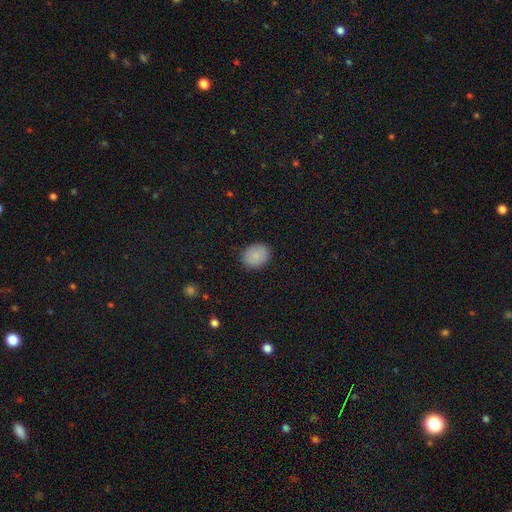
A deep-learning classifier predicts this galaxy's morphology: smooth-or-featured: smooth: 88% | star or artifact: 8% | featured or disk: 4%
  how-rounded: in between: 52% | round: 47% | cigar-shaped: 1%
  merging: none: 88% | minor disturbance: 8% | major disturbance: 2% | merger: 1%